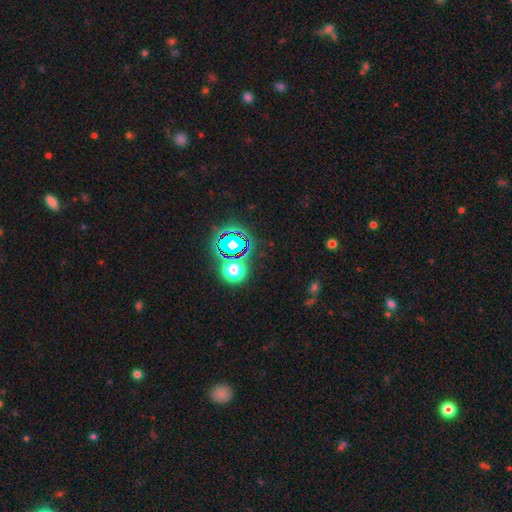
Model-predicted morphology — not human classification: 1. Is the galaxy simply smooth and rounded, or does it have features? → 74% star or artifact, 18% smooth, 8% featured or disk.